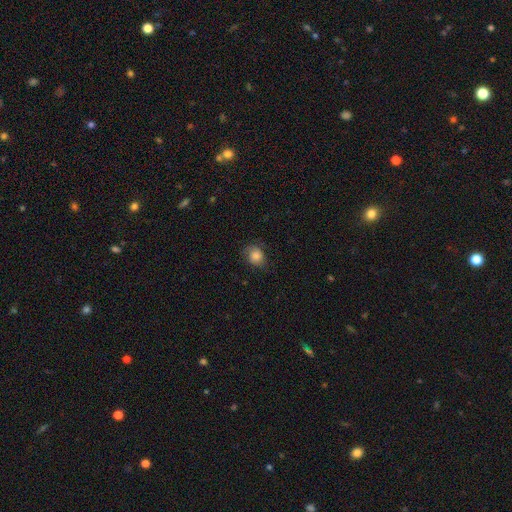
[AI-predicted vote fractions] A smooth galaxy with no disk features (76%) that is round (55%).

Vote fractions:
- Smooth or featured? smooth: 76% / featured or disk: 14% / star or artifact: 10%
- How rounded? round: 55% / in between: 44% / cigar-shaped: 1%
- Merging? none: 68% / minor disturbance: 22% / major disturbance: 8% / merger: 1%